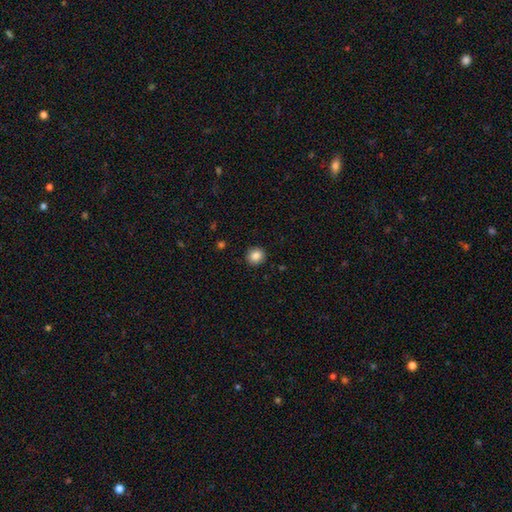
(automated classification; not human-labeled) A smooth galaxy with no disk features (86%) that is round (89%).

Vote fractions:
- Smooth or featured? smooth: 86% / star or artifact: 10% / featured or disk: 5%
- How rounded? round: 89% / in between: 10% / cigar-shaped: 1%
- Merging? none: 92% / minor disturbance: 6% / major disturbance: 2% / merger: 1%